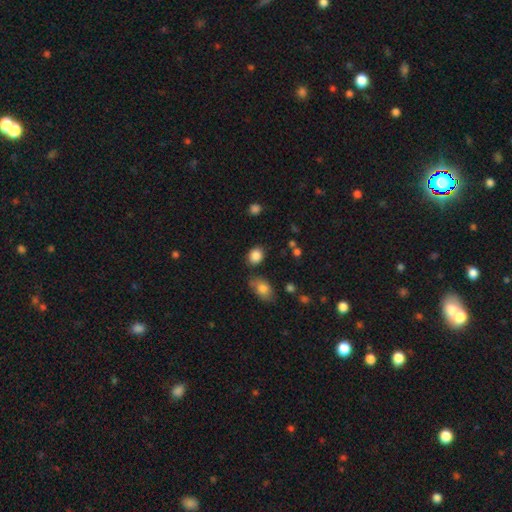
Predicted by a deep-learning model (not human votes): This is clearly a smooth galaxy (86%). How rounded: possibly round (53%). Merging: likely none (77%).